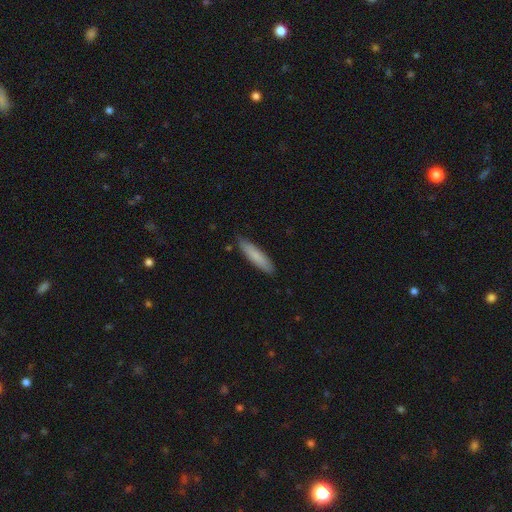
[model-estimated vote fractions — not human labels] Smooth or featured: smooth — 80% (featured or disk — 14%)
How rounded: cigar-shaped — 80% (in between — 19%)
Merging: none — 86% (minor disturbance — 12%)